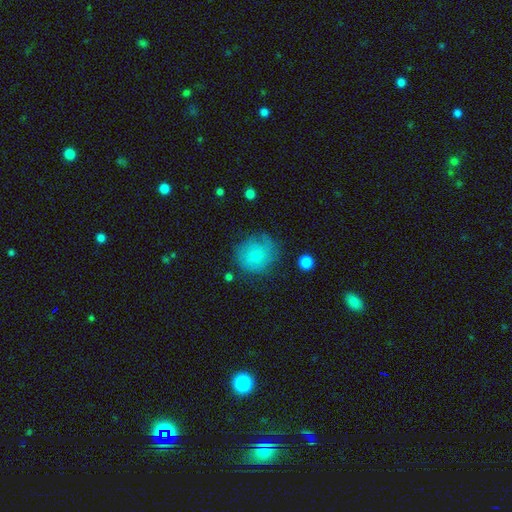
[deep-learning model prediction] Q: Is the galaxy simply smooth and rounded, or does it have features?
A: smooth — 76%.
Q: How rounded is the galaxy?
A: round — 86%.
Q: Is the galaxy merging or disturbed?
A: none — 63%.